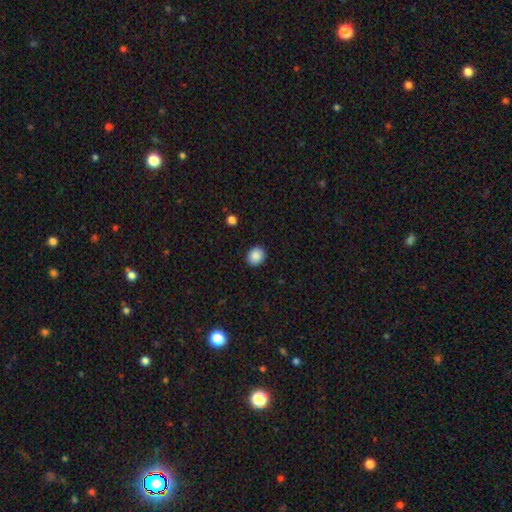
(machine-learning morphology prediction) smooth 88%, star or artifact 9%, featured or disk 3%. Down the decision tree: how rounded — round (66%); merging — none (90%).